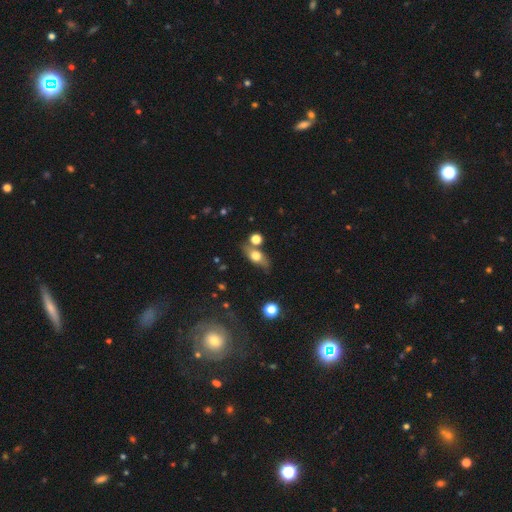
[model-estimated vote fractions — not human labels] Smooth or featured? Predicted: smooth (p=0.63). How rounded? Predicted: in between (p=0.71). Merging? Predicted: none (p=0.66).